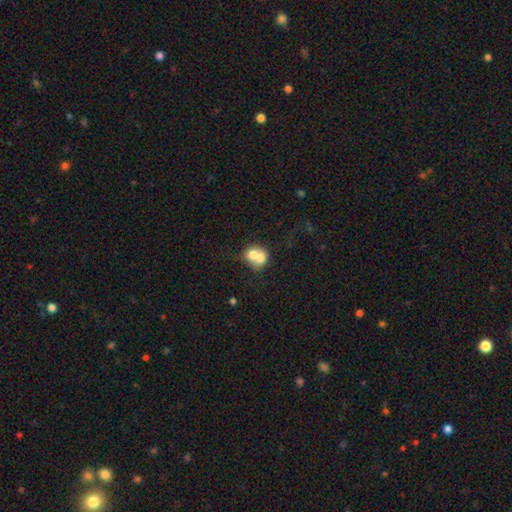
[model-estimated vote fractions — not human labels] smooth-or-featured: smooth: 67% | featured or disk: 24% | star or artifact: 9%
  how-rounded: round: 66% | in between: 33% | cigar-shaped: 1%
  merging: merger: 70% | none: 21% | minor disturbance: 6% | major disturbance: 3%